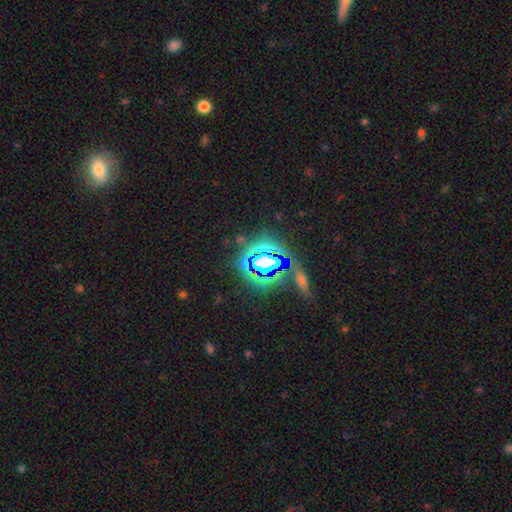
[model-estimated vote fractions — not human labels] Smooth or featured: star or artifact — 83% (smooth — 10%)